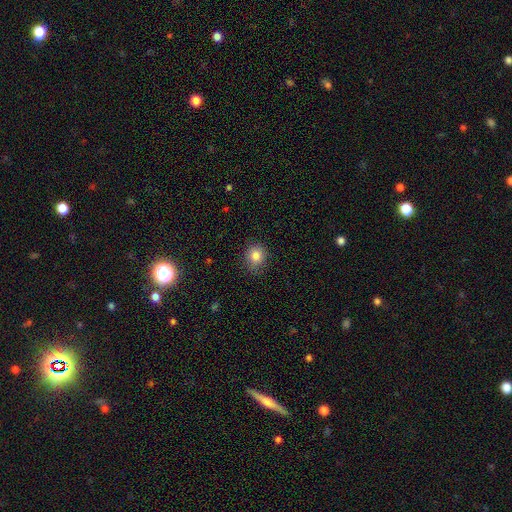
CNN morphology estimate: smooth_or_featured: smooth (p=0.83) [alt: star or artifact p=0.10]
how_rounded: round (p=0.73) [alt: in between p=0.26]
merging: none (p=0.81) [alt: minor disturbance p=0.15]